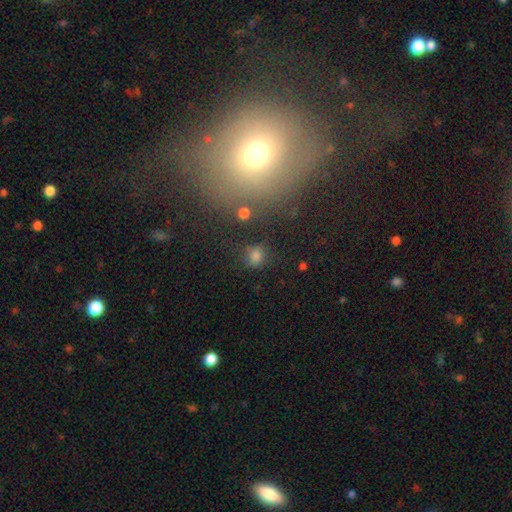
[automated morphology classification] smooth-or-featured: smooth: 73% | star or artifact: 19% | featured or disk: 9%
  how-rounded: round: 68% | in between: 30% | cigar-shaped: 2%
  merging: none: 66% | minor disturbance: 19% | major disturbance: 9% | merger: 6%